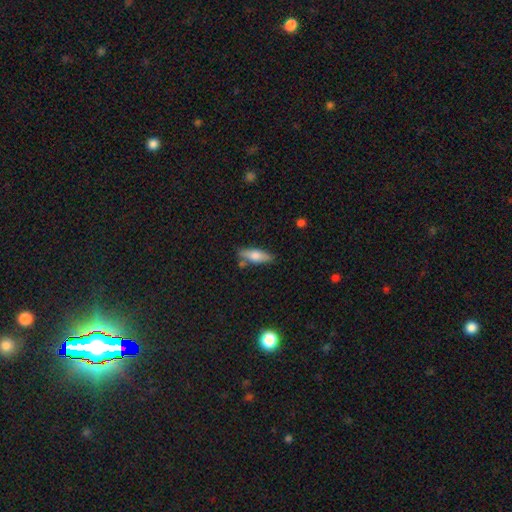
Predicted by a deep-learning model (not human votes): A smooth galaxy with no disk features (65%) that is cigar-shaped (50%).

Vote fractions:
- Smooth or featured? smooth: 65% / featured or disk: 29% / star or artifact: 7%
- How rounded? cigar-shaped: 50% / in between: 47% / round: 2%
- Merging? none: 74% / minor disturbance: 16% / merger: 6% / major disturbance: 3%